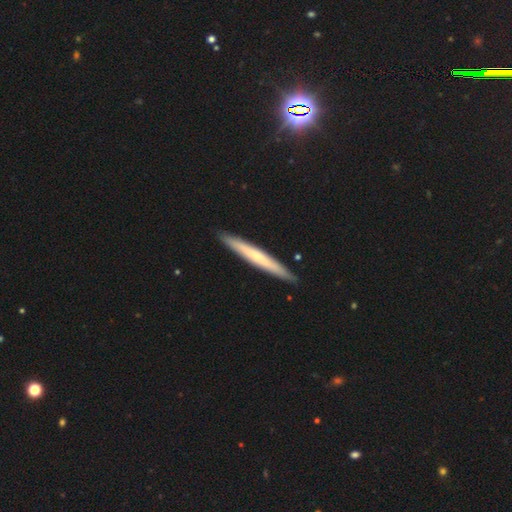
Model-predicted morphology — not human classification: Smooth or featured? Predicted: smooth (p=0.52). How rounded? Predicted: cigar-shaped (p=0.97). Merging? Predicted: none (p=0.91).